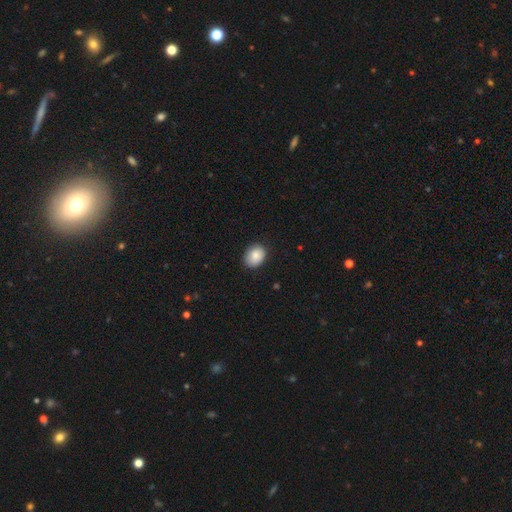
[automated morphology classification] A smooth galaxy with no disk features (86%) that is in between round and cigar-shaped (63%).

Vote fractions:
- Smooth or featured? smooth: 86% / star or artifact: 7% / featured or disk: 6%
- How rounded? in between: 63% / round: 36% / cigar-shaped: 1%
- Merging? none: 82% / minor disturbance: 14% / major disturbance: 2% / merger: 1%